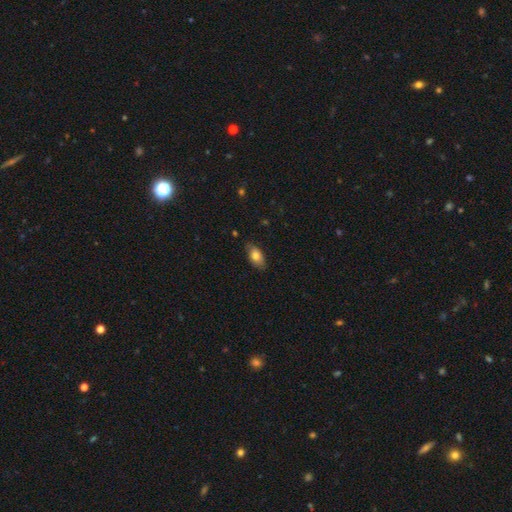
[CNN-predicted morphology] This appears to be a smooth galaxy with no disk features (78%) that is in between round and cigar-shaped (91%). Merging: none (80%).